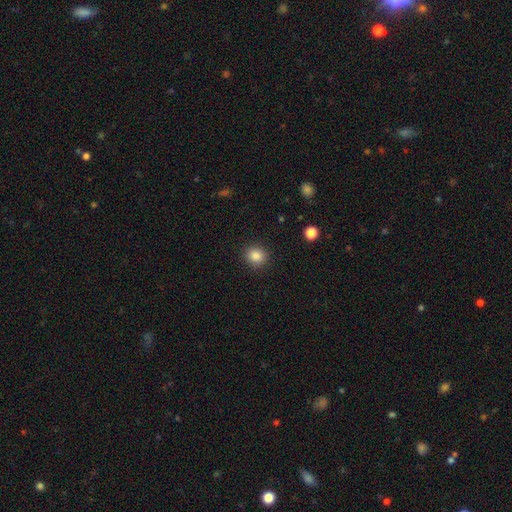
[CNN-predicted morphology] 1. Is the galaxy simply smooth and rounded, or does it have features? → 85% smooth, 10% star or artifact, 4% featured or disk.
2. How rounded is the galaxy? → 83% round, 16% in between, 1% cigar-shaped.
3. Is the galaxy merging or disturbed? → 90% none, 7% minor disturbance, 2% major disturbance, 1% merger.